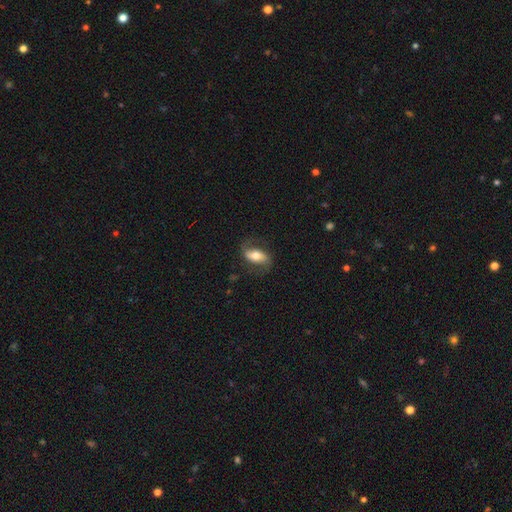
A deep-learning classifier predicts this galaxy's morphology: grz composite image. It shows a featured or disk galaxy (62%) with a strong bar (40%), spiral arms (86%) and a moderate central bulge (63%). Merging: none (71%).